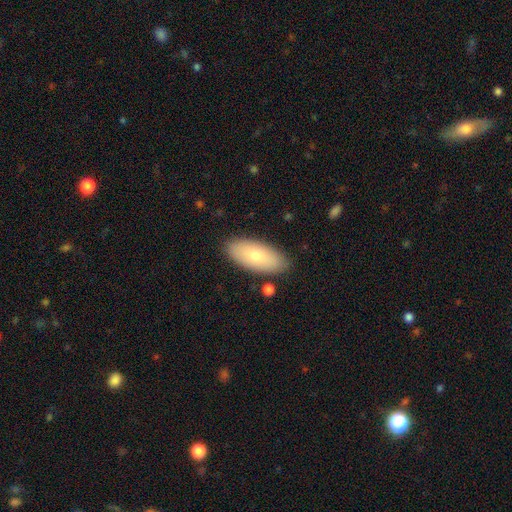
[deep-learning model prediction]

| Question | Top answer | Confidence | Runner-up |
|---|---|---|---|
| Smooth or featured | smooth | 72% | featured or disk (21%) |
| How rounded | in between | 89% | cigar-shaped (8%) |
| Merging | none | 86% | minor disturbance (10%) |